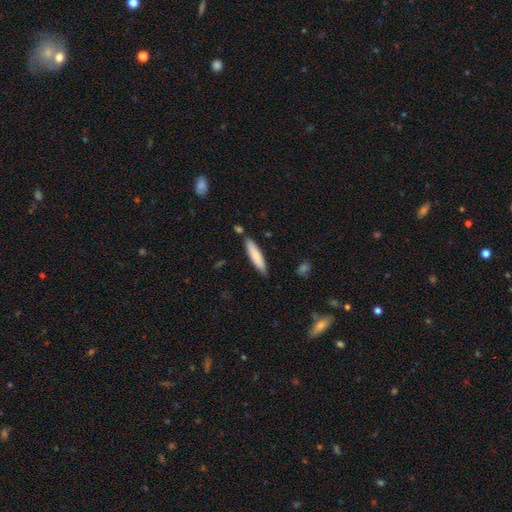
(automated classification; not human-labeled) Smooth or featured?
  - smooth: 81% *
  - featured or disk: 14%
  - star or artifact: 6%
How rounded?
  - cigar-shaped: 83% *
  - in between: 16%
  - round: 1%
Merging?
  - none: 83% *
  - minor disturbance: 11%
  - merger: 4%
  - major disturbance: 2%